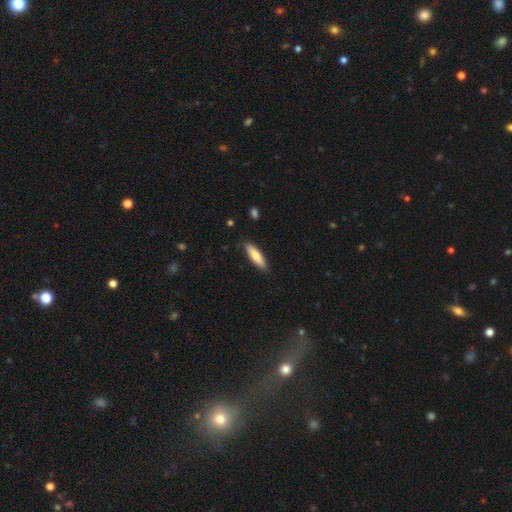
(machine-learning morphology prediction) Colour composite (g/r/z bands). It shows a smooth galaxy with no disk features (77%) that is cigar-shaped (63%). Merging: none (85%).